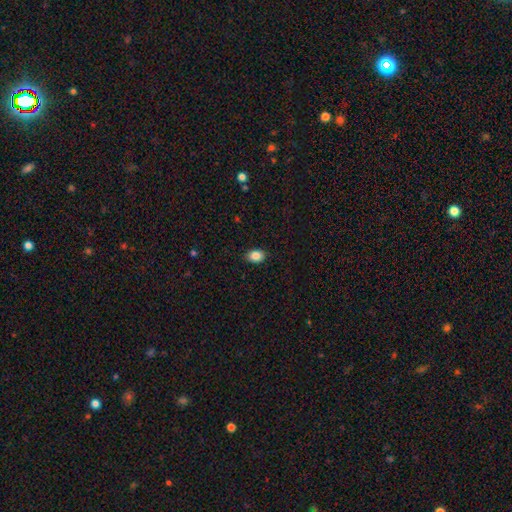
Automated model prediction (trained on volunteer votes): Smooth or featured? smooth (87%)
How rounded? in between (74%)
Merging? none (89%)